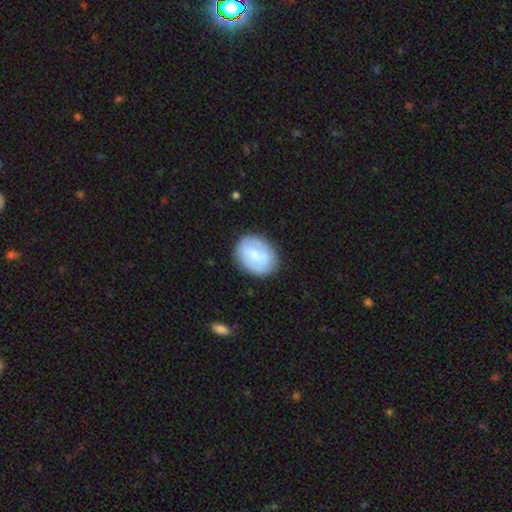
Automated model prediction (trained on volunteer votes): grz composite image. It shows a smooth galaxy with no disk features (57%) that is in between round and cigar-shaped (59%). Merging: none (78%).